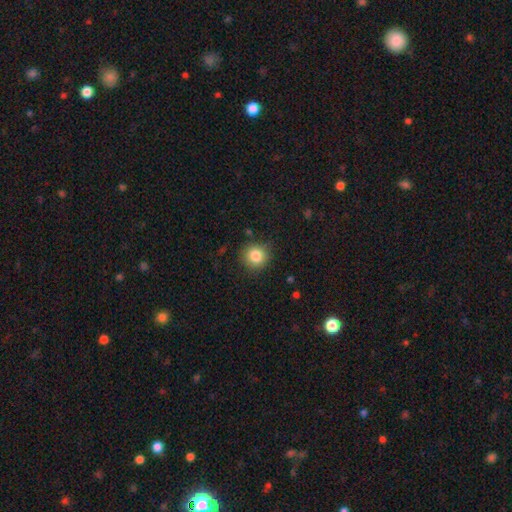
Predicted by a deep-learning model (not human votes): This is clearly a smooth galaxy (83%). How rounded: clearly round (90%). Merging: clearly none (84%).